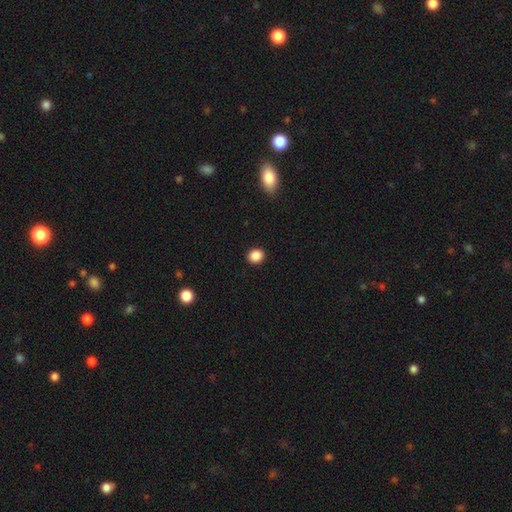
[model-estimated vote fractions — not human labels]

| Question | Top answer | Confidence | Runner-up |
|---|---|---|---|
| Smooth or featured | smooth | 88% | star or artifact (10%) |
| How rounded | round | 77% | in between (22%) |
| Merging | none | 92% | minor disturbance (5%) |